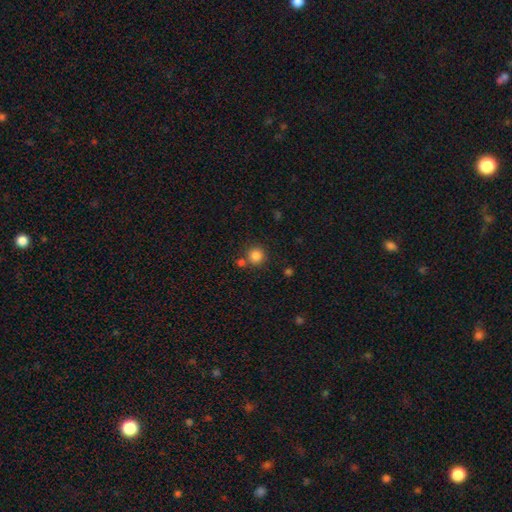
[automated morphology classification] smooth 85%, star or artifact 11%, featured or disk 4%. Down the decision tree: how rounded — round (93%); merging — none (75%).